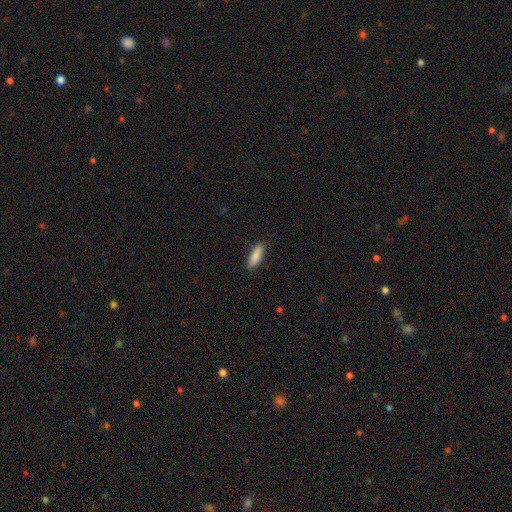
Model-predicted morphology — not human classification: This is clearly a smooth galaxy (88%). How rounded: possibly cigar-shaped (56%). Merging: clearly none (88%).